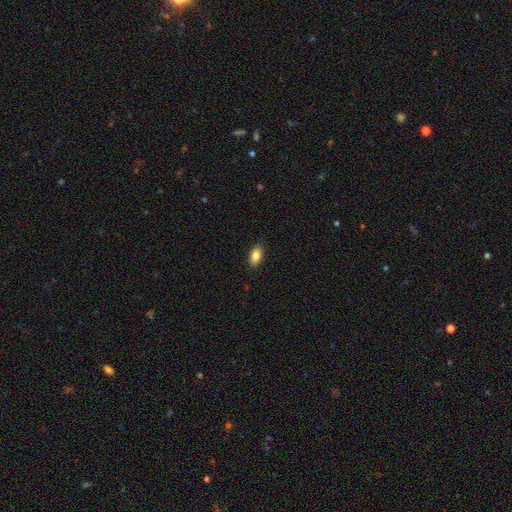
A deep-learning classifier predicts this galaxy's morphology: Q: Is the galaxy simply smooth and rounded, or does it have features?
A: smooth — 85%.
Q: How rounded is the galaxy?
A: in between — 90%.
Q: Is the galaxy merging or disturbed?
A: none — 88%.